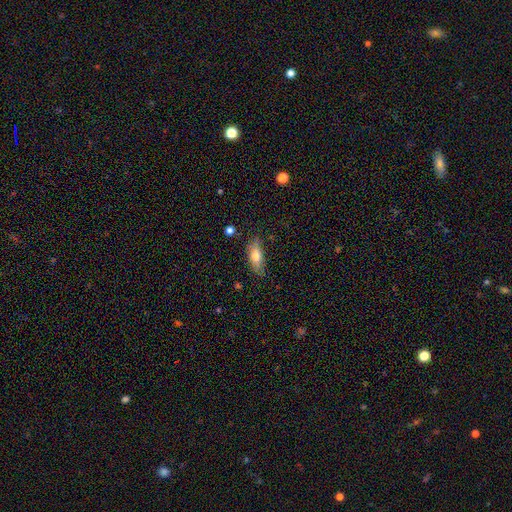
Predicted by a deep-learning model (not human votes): Morphology: type=smooth (71%); roundness=in between (70%); merging=none (73%).